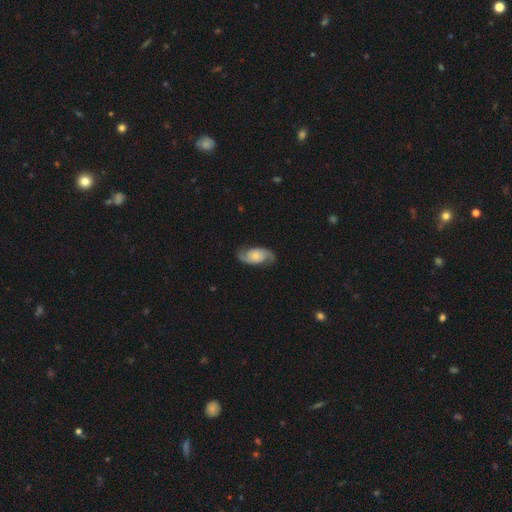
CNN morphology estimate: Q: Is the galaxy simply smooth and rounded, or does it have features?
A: featured or disk — 78%.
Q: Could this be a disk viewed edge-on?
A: no — 96%.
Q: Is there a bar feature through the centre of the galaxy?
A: no — 72%.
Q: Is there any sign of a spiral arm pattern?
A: yes — 95%.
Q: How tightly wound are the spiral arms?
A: medium — 44%.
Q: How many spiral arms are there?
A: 2 — 92%.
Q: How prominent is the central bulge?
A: small — 49%.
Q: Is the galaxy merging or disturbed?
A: none — 78%.